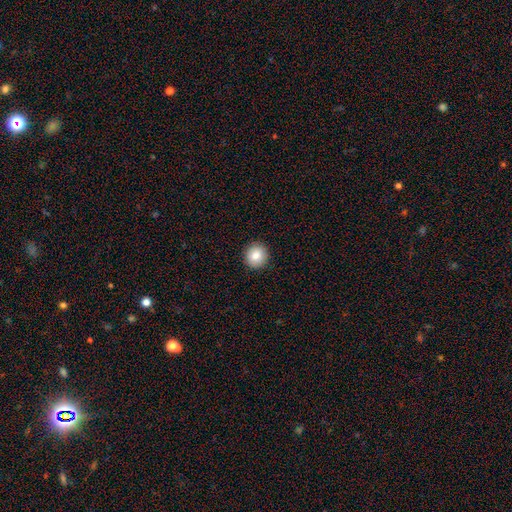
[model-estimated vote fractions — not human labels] This is clearly a smooth galaxy (84%). How rounded: clearly round (89%). Merging: clearly none (92%).